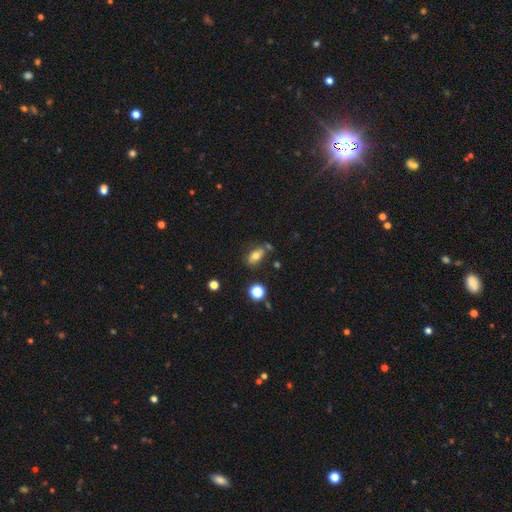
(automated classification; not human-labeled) This appears to be a smooth galaxy with no disk features (70%) that is in between round and cigar-shaped (83%). Merging: none (65%).